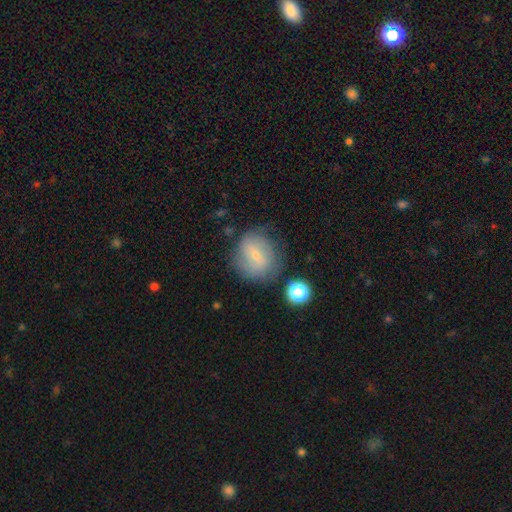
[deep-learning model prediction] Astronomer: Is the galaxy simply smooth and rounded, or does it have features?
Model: smooth — 56% (runner-up: featured or disk, 35%).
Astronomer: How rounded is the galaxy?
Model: round — 78%.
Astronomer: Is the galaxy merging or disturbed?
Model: none — 68%.